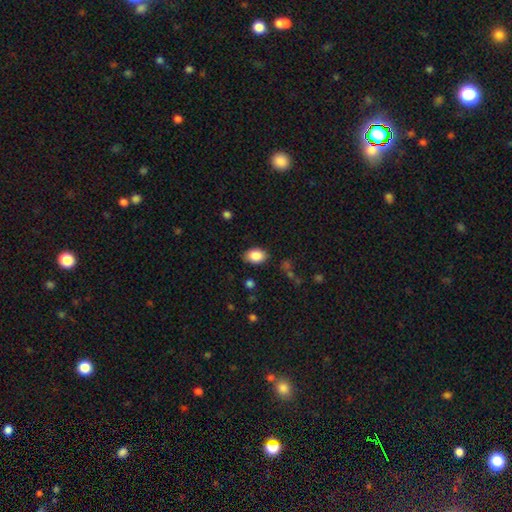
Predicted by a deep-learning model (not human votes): A smooth galaxy with no disk features (87%) that is in between round and cigar-shaped (83%). Merging: none (84%).